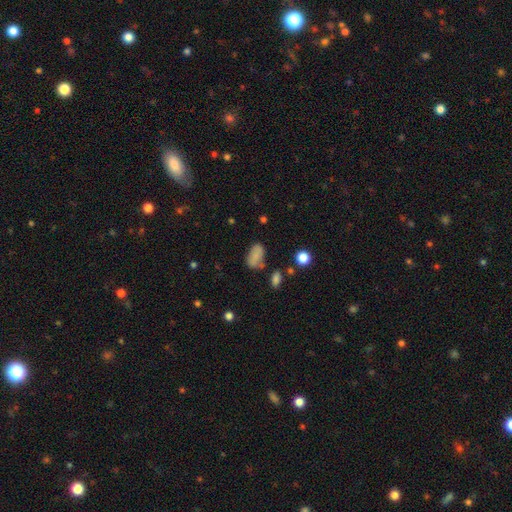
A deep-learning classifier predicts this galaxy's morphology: This appears to be a smooth galaxy with no disk features (75%) that is in between round and cigar-shaped (89%). Merging: none (49%).